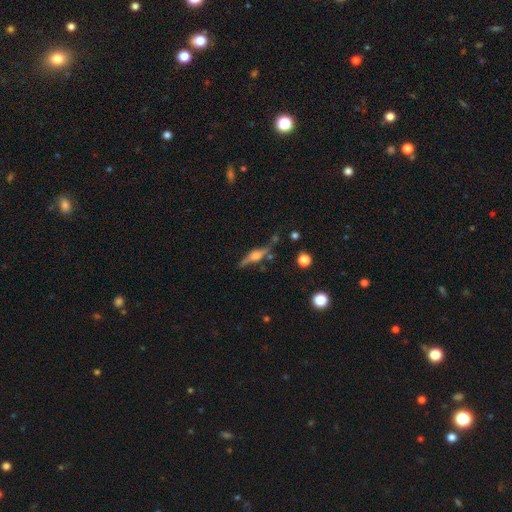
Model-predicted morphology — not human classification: Smooth or featured? featured or disk (76%)
Edge-on disk? yes (95%)
Edge-on bulge? rounded (90%)
Merging? none (75%)